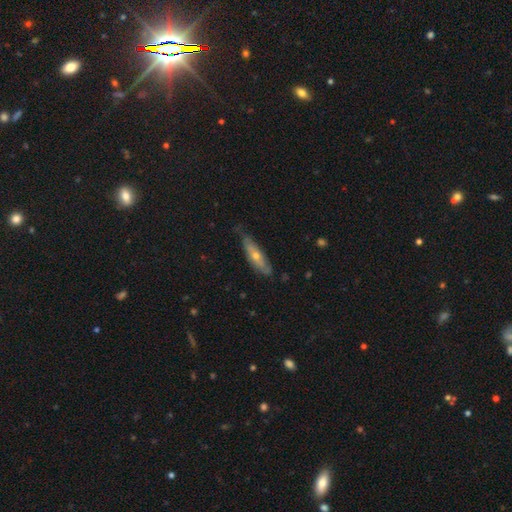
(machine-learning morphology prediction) A featured or disk galaxy (54%) with not edge-on (50%, tied with yes). Merging: none (64%).